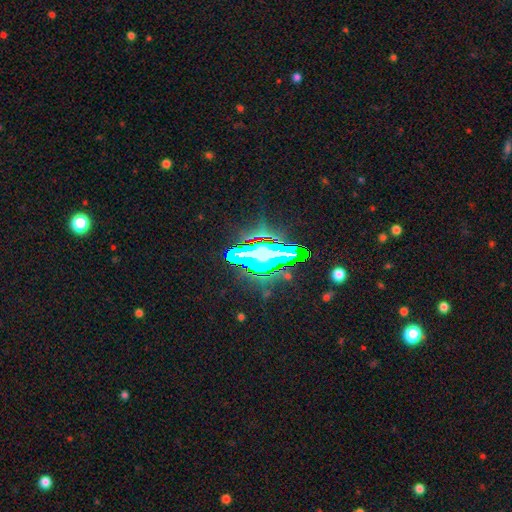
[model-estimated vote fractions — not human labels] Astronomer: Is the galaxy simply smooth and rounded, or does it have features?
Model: star or artifact — 58%.